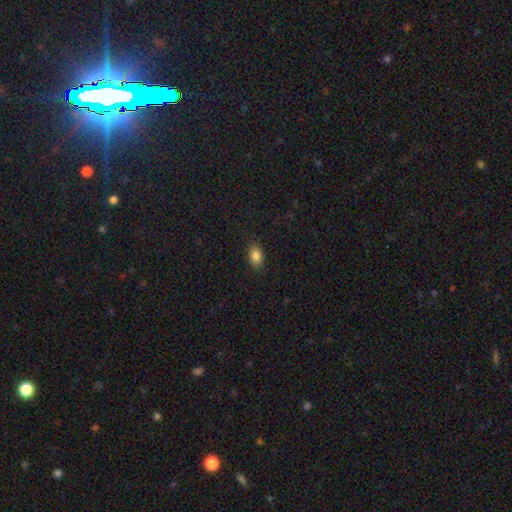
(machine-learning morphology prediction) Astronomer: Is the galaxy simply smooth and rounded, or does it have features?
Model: smooth — 86%.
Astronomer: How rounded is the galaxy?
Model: in between — 87%.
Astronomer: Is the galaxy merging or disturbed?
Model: none — 87%.